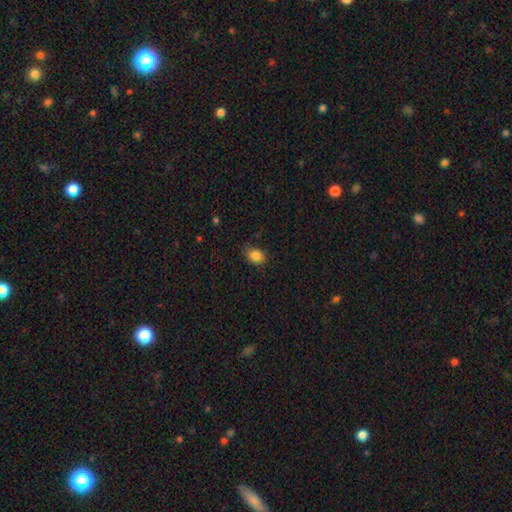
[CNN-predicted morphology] smooth-or-featured: smooth: 85% | star or artifact: 9% | featured or disk: 6%
  how-rounded: in between: 67% | round: 32% | cigar-shaped: 1%
  merging: none: 69% | minor disturbance: 24% | major disturbance: 5% | merger: 1%